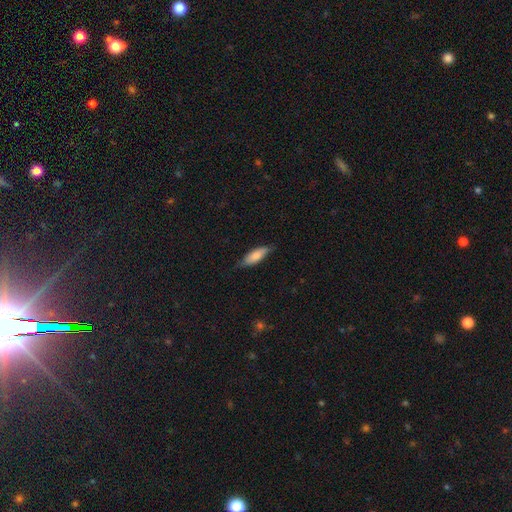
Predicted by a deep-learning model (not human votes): Q: Smooth or featured?
A: smooth (73%); runner-up: featured or disk (21%)
Q: How rounded?
A: in between (62%); runner-up: cigar-shaped (36%)
Q: Merging?
A: none (71%); runner-up: minor disturbance (23%)